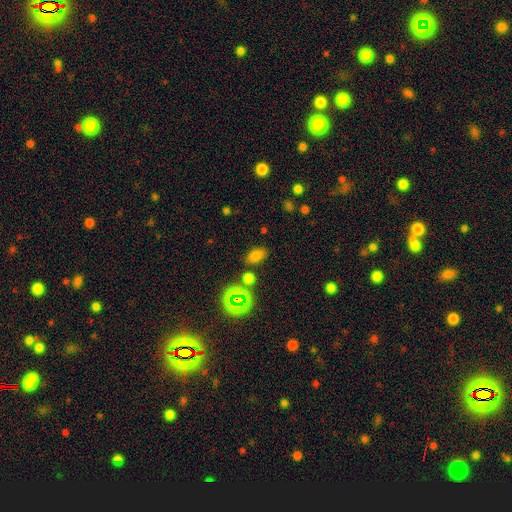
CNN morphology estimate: Q: Smooth or featured?
A: smooth (68%); runner-up: star or artifact (23%)
Q: How rounded?
A: in between (82%); runner-up: round (15%)
Q: Merging?
A: none (77%); runner-up: minor disturbance (12%)